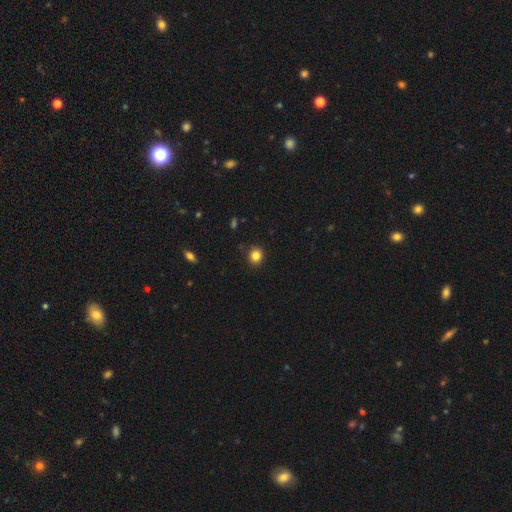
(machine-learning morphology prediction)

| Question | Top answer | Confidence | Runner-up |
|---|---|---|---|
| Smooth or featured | smooth | 84% | star or artifact (12%) |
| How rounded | round | 84% | in between (15%) |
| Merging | none | 88% | minor disturbance (9%) |